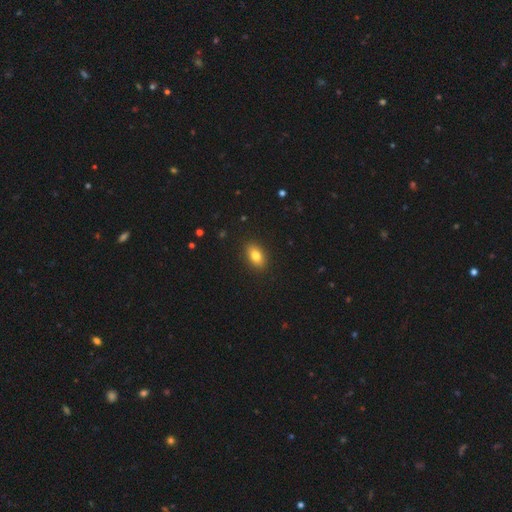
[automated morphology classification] type=smooth (81%); roundness=in between (87%); merging=none (89%).